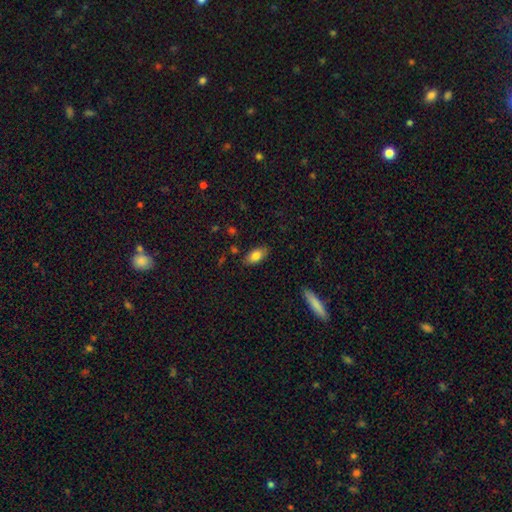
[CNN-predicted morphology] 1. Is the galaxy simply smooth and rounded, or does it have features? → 81% smooth, 12% featured or disk, 7% star or artifact.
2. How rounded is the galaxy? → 90% in between, 6% cigar-shaped, 4% round.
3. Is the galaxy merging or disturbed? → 84% none, 12% minor disturbance, 2% major disturbance, 2% merger.